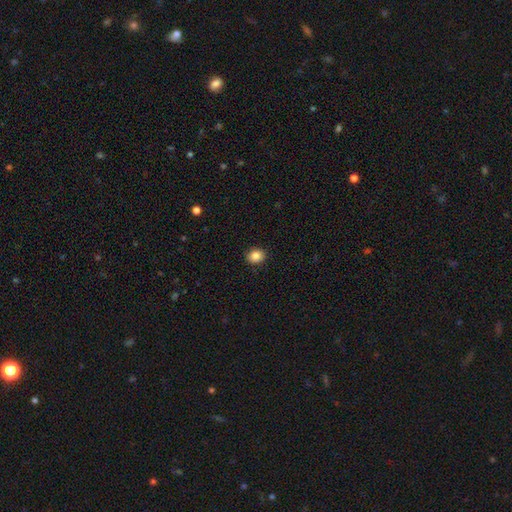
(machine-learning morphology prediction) Smooth or featured?
  - smooth: 85% *
  - star or artifact: 9%
  - featured or disk: 6%
How rounded?
  - round: 61% *
  - in between: 38%
  - cigar-shaped: 1%
Merging?
  - none: 90% *
  - minor disturbance: 7%
  - major disturbance: 2%
  - merger: 1%